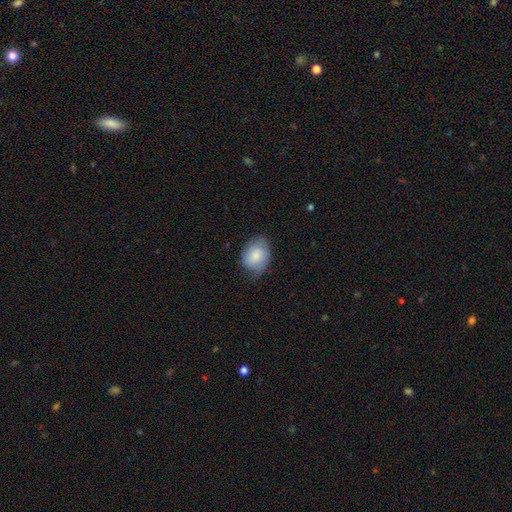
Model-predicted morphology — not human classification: Q: Smooth or featured?
A: smooth (79%); runner-up: featured or disk (14%)
Q: How rounded?
A: in between (66%); runner-up: round (33%)
Q: Merging?
A: none (66%); runner-up: minor disturbance (27%)